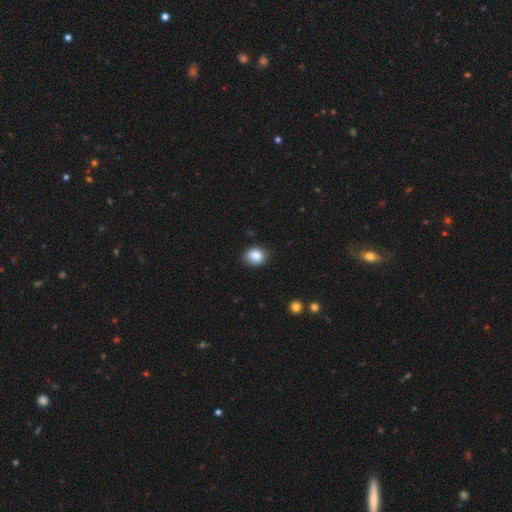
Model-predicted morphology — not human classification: smooth_or_featured: smooth (p=0.86) [alt: star or artifact p=0.09]
how_rounded: round (p=0.64) [alt: in between p=0.36]
merging: none (p=0.83) [alt: minor disturbance p=0.13]